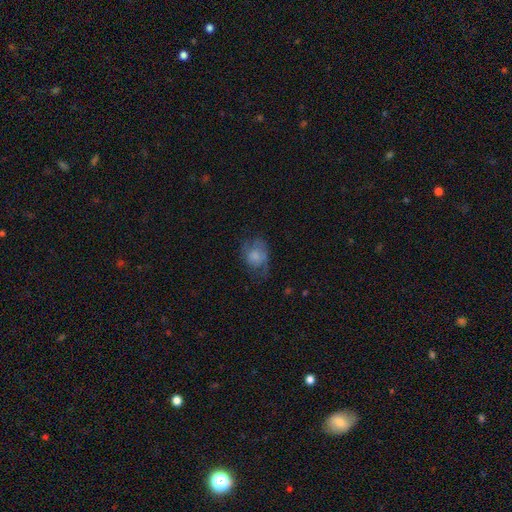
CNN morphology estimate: Q: Smooth or featured?
A: smooth (58%); runner-up: featured or disk (32%)
Q: How rounded?
A: in between (62%); runner-up: round (36%)
Q: Merging?
A: none (43%); runner-up: minor disturbance (29%)